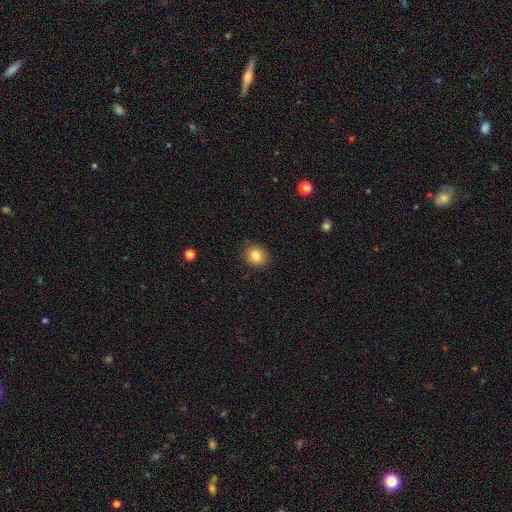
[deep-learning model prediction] Morphology: type=smooth (83%); roundness=round (72%); merging=none (87%).